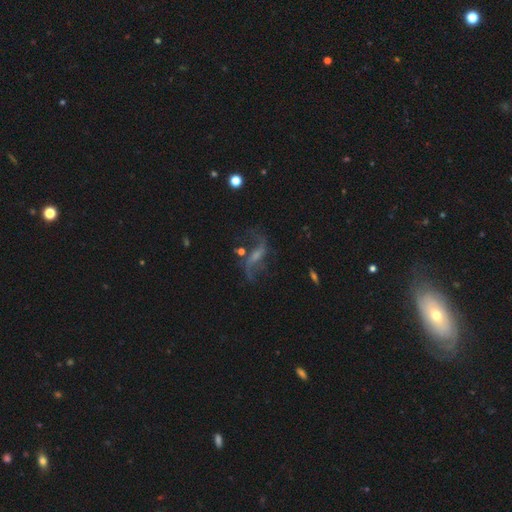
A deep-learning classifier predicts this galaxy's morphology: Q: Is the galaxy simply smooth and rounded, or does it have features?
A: featured or disk — 76%.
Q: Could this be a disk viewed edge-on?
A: no — 91%.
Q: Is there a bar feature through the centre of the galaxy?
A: weak — 44%.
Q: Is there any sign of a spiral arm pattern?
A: yes — 88%.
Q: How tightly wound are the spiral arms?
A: loose — 86%.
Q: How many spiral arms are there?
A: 2 — 88%.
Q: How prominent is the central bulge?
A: small — 46%.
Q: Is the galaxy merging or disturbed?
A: none — 59%.